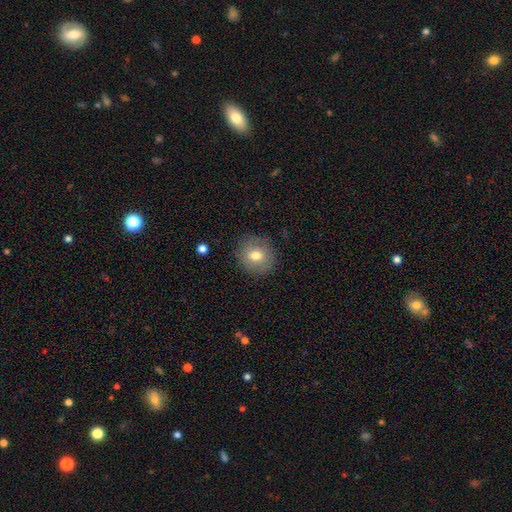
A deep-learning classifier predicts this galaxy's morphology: Overall: smooth (72%). How rounded: round (84%). Merging: none (86%).